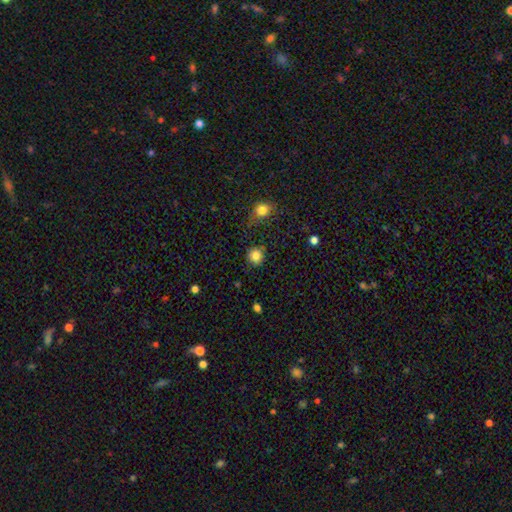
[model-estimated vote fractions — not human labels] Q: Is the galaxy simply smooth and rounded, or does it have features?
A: smooth — 83%.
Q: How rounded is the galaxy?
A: round — 90%.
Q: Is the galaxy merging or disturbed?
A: none — 84%.